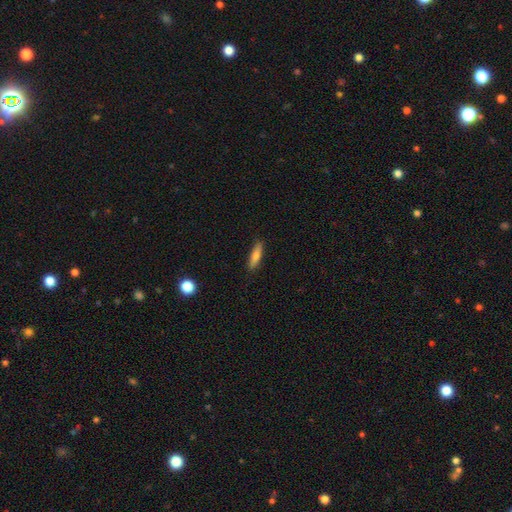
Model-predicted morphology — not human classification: Smooth or featured? smooth (74%)
How rounded? cigar-shaped (72%)
Merging? none (88%)